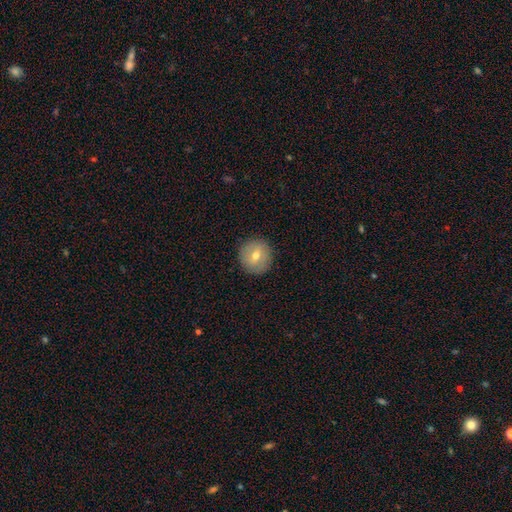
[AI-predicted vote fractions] smooth 62%, featured or disk 28%, star or artifact 9%. Down the decision tree: how rounded — round (94%); merging — none (90%).